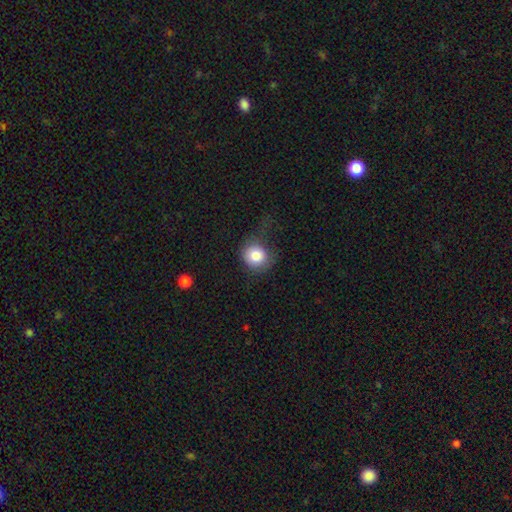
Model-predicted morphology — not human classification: type=smooth (81%); roundness=round (87%); merging=none (57%).